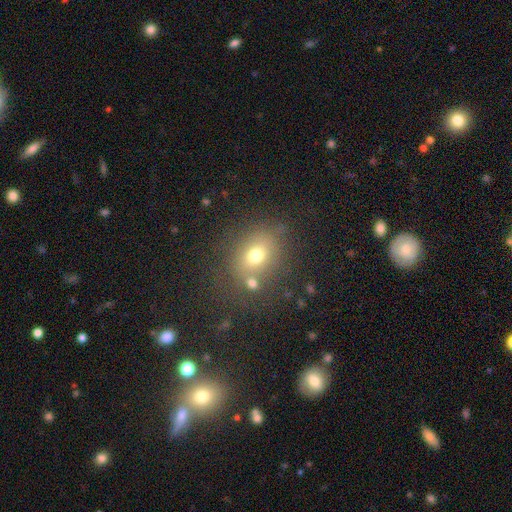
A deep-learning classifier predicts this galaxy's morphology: Overall: smooth (70%). How rounded: in between (53%; round 45%). Merging: none (66%).